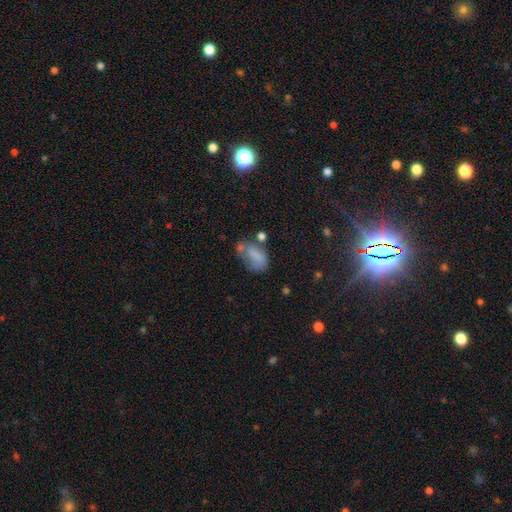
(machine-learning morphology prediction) Smooth or featured? Predicted: smooth (p=0.70). How rounded? Predicted: in between (p=0.87). Merging? Predicted: none (p=0.32).